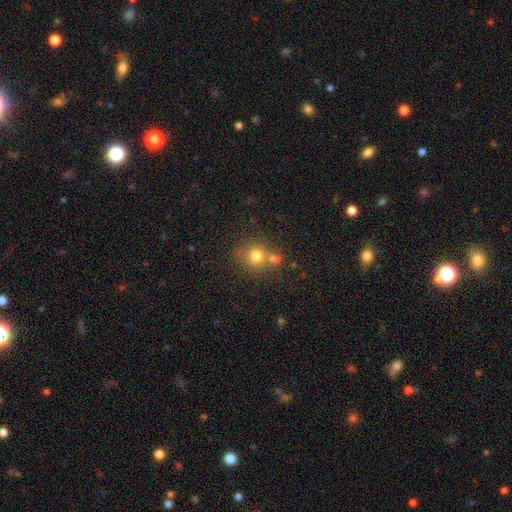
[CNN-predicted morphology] Overall: smooth (76%). How rounded: round (87%). Merging: none (58%; merger 28%).